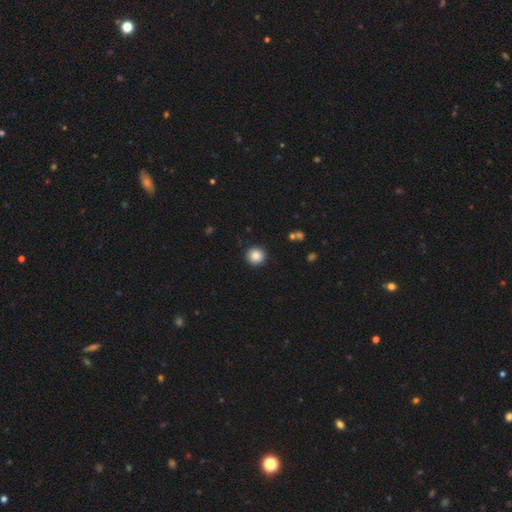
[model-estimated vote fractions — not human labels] Smooth or featured? Predicted: smooth (p=0.86). How rounded? Predicted: round (p=0.95). Merging? Predicted: none (p=0.92).